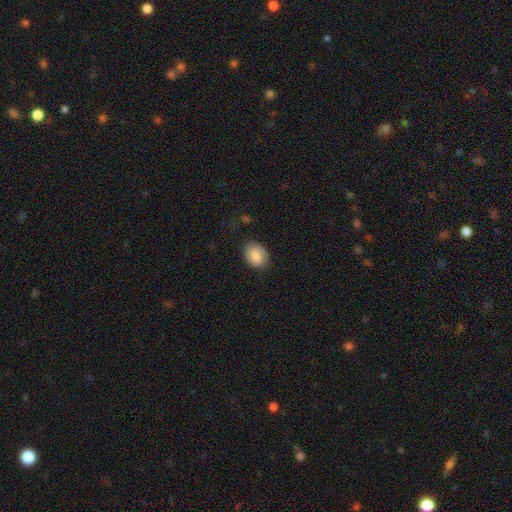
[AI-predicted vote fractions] smooth_or_featured: smooth (p=0.77) [alt: featured or disk p=0.16]
how_rounded: in between (p=0.65) [alt: round p=0.34]
merging: none (p=0.79) [alt: minor disturbance p=0.16]